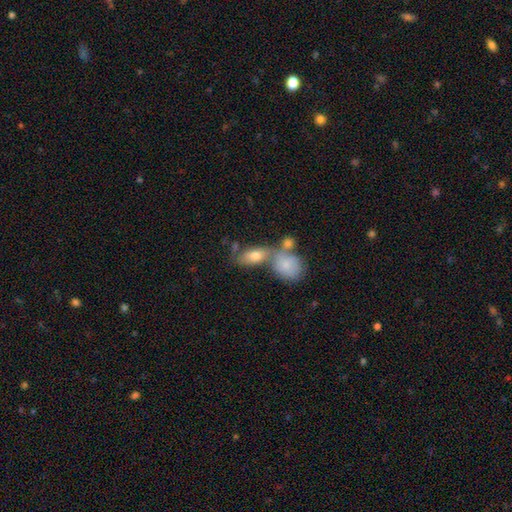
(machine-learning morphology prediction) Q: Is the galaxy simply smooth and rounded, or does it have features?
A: smooth — 68%.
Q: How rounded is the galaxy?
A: in between — 82%.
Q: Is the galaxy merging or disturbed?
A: merger — 47%.